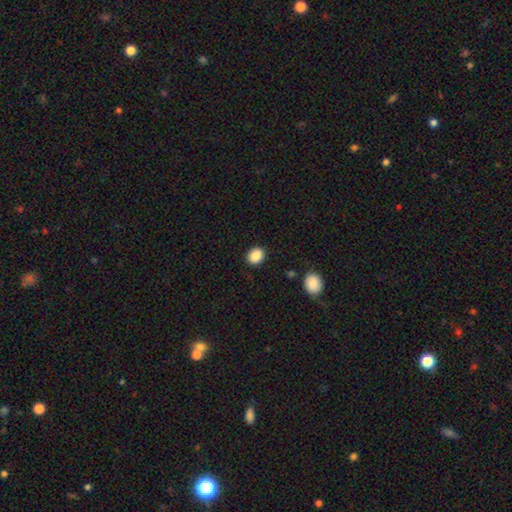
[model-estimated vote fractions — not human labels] smooth 88%, star or artifact 9%, featured or disk 3%. Down the decision tree: how rounded — round (53%); merging — none (89%).